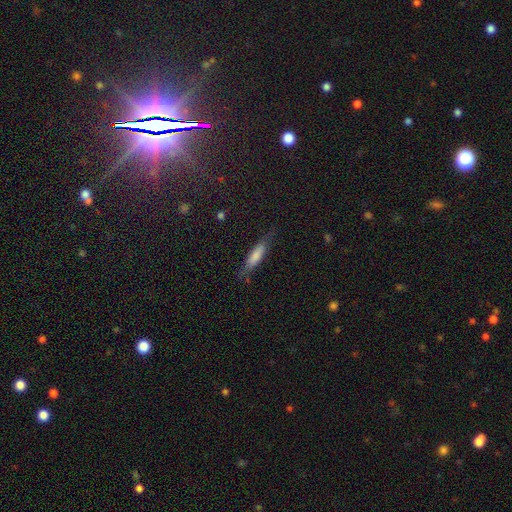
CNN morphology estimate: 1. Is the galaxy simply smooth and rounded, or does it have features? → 71% smooth, 22% featured or disk, 7% star or artifact.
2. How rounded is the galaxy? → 67% cigar-shaped, 31% in between, 2% round.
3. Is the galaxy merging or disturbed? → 71% none, 21% minor disturbance, 7% major disturbance, 2% merger.